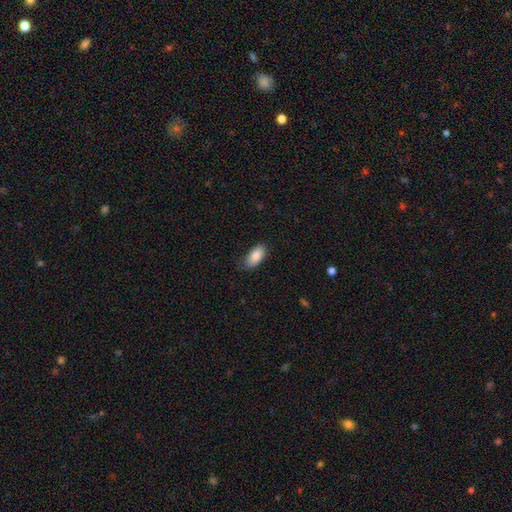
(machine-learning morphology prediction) A smooth galaxy with no disk features (85%) that is in between round and cigar-shaped (91%).

Vote fractions:
- Smooth or featured? smooth: 85% / featured or disk: 8% / star or artifact: 7%
- How rounded? in between: 91% / cigar-shaped: 6% / round: 3%
- Merging? none: 77% / minor disturbance: 18% / major disturbance: 3% / merger: 1%